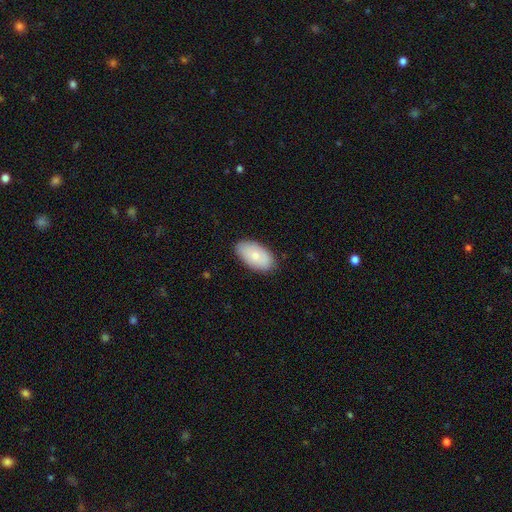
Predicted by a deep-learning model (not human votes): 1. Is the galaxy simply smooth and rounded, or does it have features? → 76% smooth, 18% featured or disk, 6% star or artifact.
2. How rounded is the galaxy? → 94% in between, 4% round, 2% cigar-shaped.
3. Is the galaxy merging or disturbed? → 84% none, 12% minor disturbance, 2% major disturbance, 1% merger.